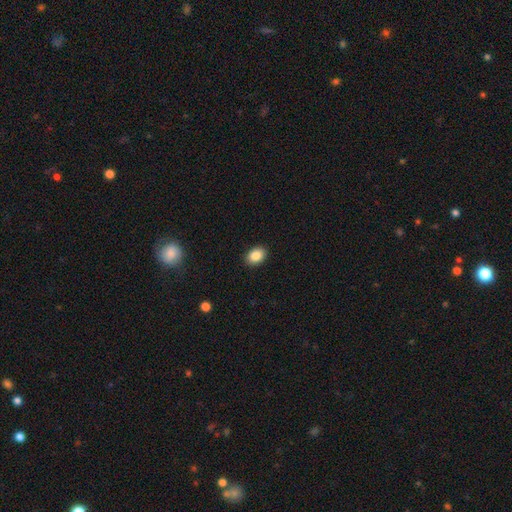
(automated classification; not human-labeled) Q: Smooth or featured?
A: smooth (87%); runner-up: star or artifact (8%)
Q: How rounded?
A: in between (77%); runner-up: round (22%)
Q: Merging?
A: none (90%); runner-up: minor disturbance (7%)